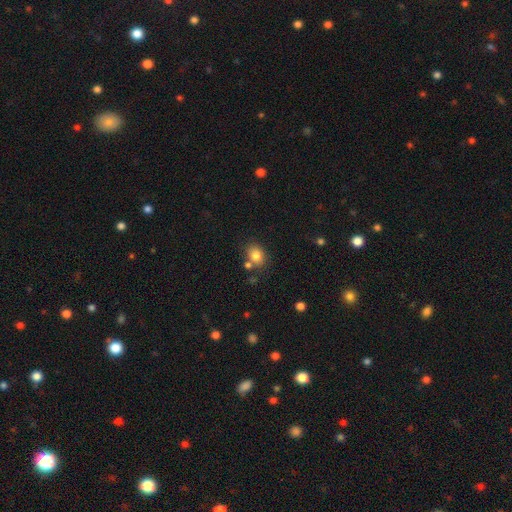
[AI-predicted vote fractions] A smooth galaxy with no disk features (81%) that is in between round and cigar-shaped (52%). Merging: none (70%).